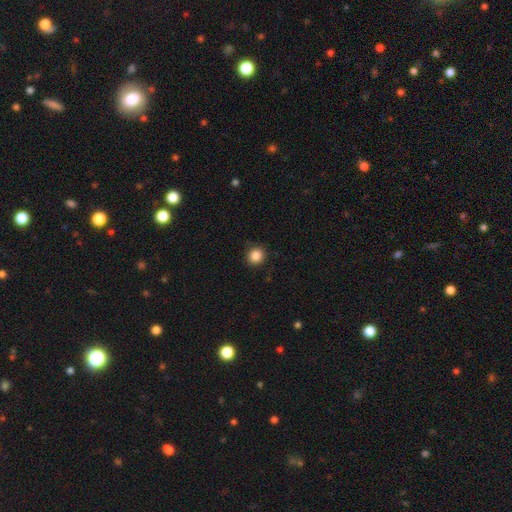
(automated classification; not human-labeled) Morphology: type=smooth (86%); roundness=round (88%); merging=none (89%).